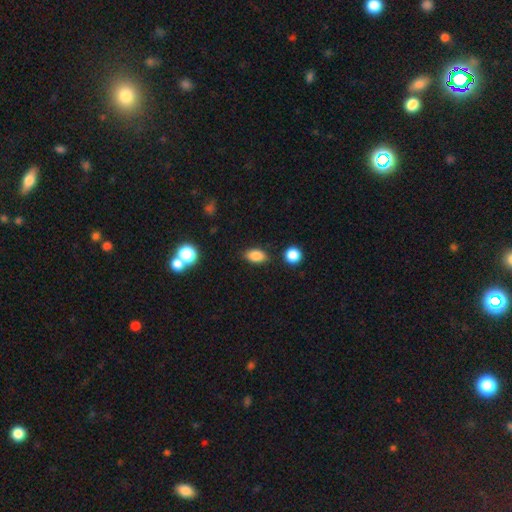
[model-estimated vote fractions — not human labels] smooth 85%, star or artifact 10%, featured or disk 6%. Down the decision tree: how rounded — in between (87%); merging — none (83%).